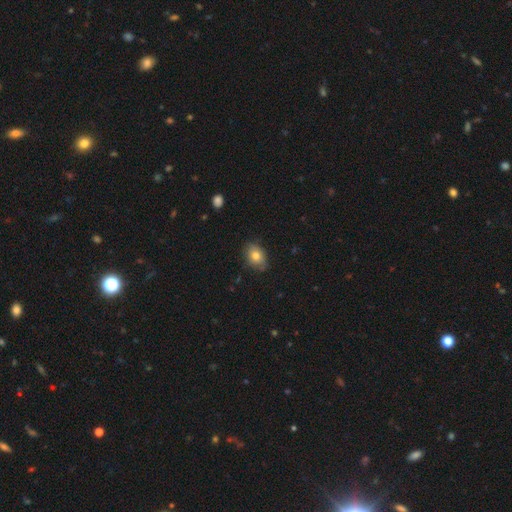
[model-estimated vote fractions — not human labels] Smooth or featured? smooth (78%)
How rounded? in between (72%)
Merging? none (79%)